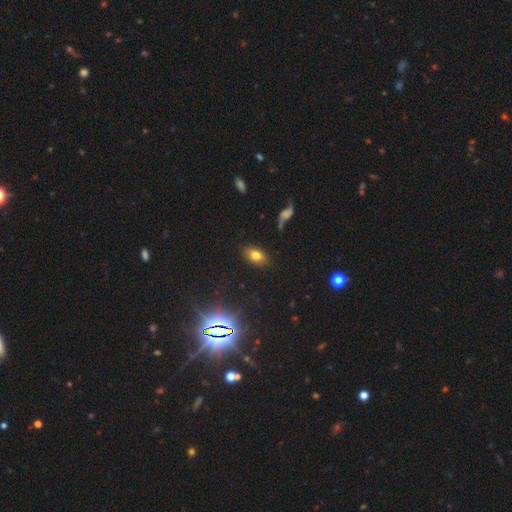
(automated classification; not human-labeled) Morphology: type=smooth (72%); roundness=in between (89%); merging=none (85%).